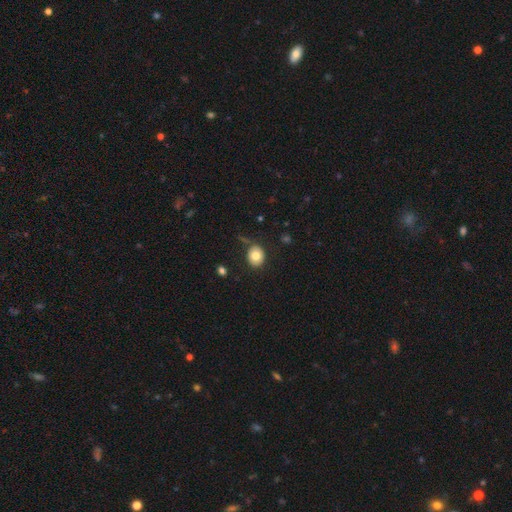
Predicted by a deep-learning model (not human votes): The model was most divided on "how rounded": round: 65%, in between: 34%, cigar-shaped: 1%. More confident: smooth or featured — smooth (79%); merging — none (79%).